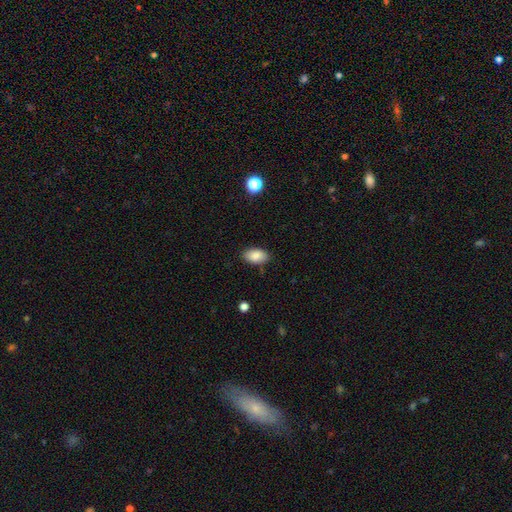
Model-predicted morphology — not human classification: Overall: smooth (85%). How rounded: in between (92%). Merging: none (84%).